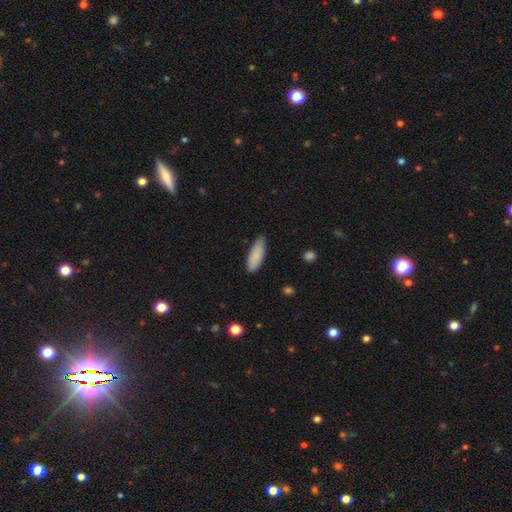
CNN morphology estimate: smooth_or_featured: smooth (p=0.87) [alt: featured or disk p=0.07]
how_rounded: in between (p=0.68) [alt: cigar-shaped p=0.30]
merging: none (p=0.73) [alt: minor disturbance p=0.23]